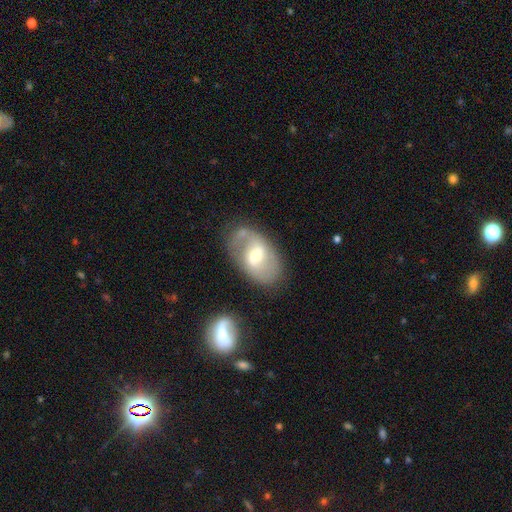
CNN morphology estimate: Smooth or featured? Predicted: featured or disk (p=0.63). Edge-on disk? Predicted: no (p=0.94). Bar? Predicted: weak (p=0.50). Spiral arms? Predicted: yes (p=0.66). Bulge size? Predicted: moderate (p=0.60). Merging? Predicted: none (p=0.67).